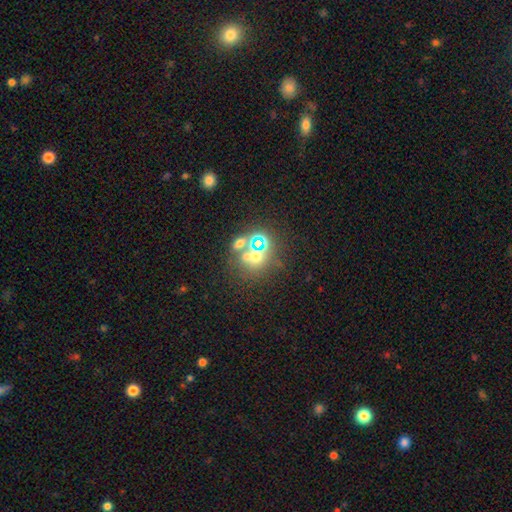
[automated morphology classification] A smooth galaxy with no disk features (45%). Merging: none (47%).